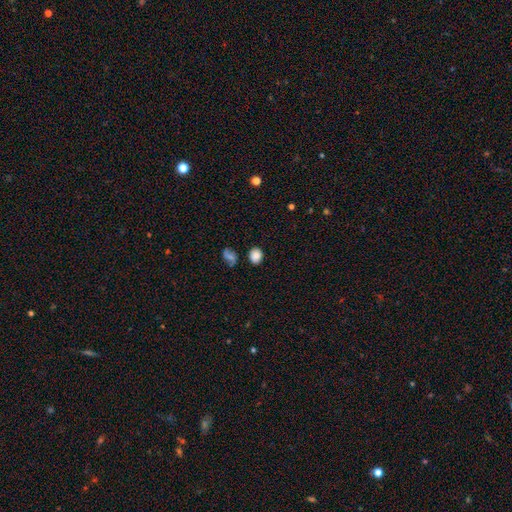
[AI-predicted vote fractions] smooth_or_featured: smooth (p=0.82) [alt: star or artifact p=0.11]
how_rounded: round (p=0.60) [alt: in between p=0.39]
merging: none (p=0.79) [alt: minor disturbance p=0.13]